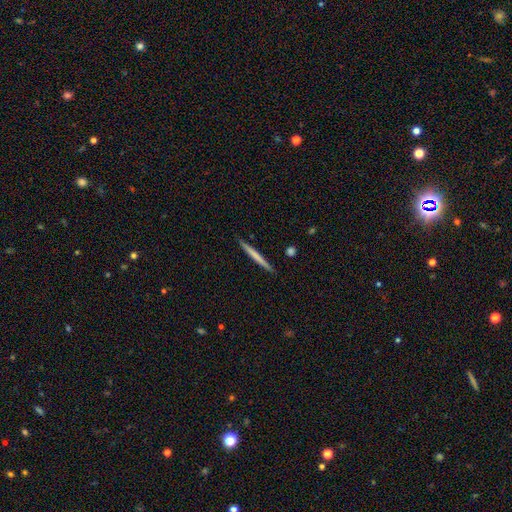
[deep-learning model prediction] Overall: smooth (60%; featured or disk 35%). How rounded: cigar-shaped (97%). Merging: none (91%).